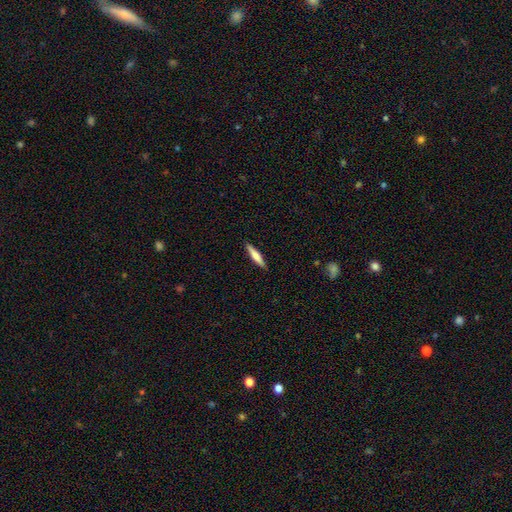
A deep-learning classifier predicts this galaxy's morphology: This appears to be a smooth galaxy with no disk features (66%) that is cigar-shaped (88%). Merging: none (91%).